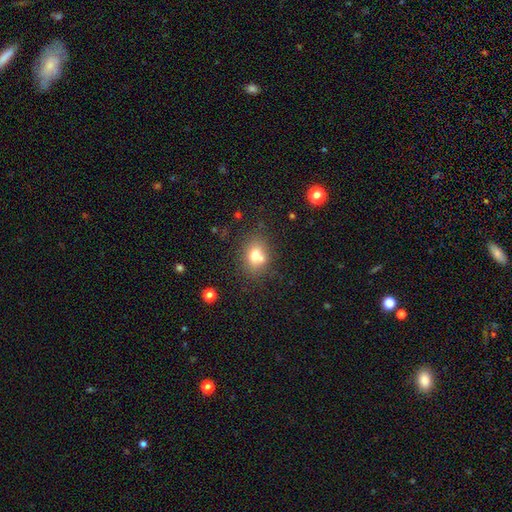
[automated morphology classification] This is likely a smooth galaxy (72%). How rounded: possibly round (50%). Merging: possibly none (56%).